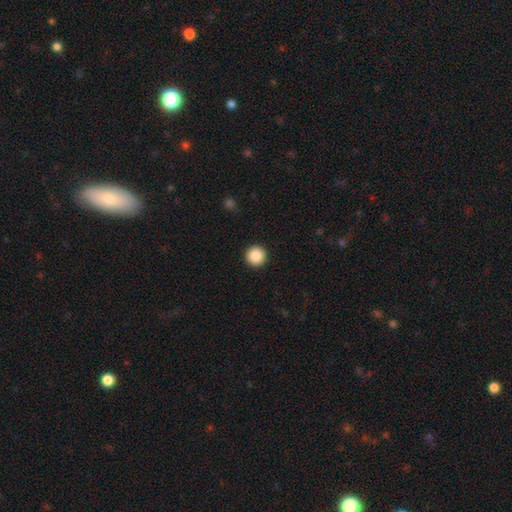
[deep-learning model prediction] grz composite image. It shows a smooth galaxy with no disk features (88%) that is round (97%). Merging: none (94%).